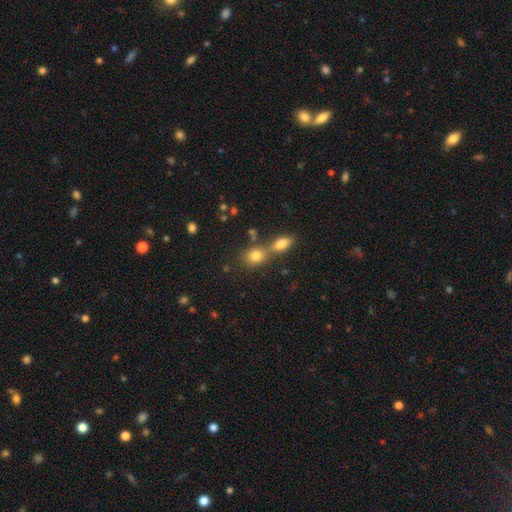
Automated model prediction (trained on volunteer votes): Smooth or featured? smooth (80%)
How rounded? in between (54%)
Merging? merger (45%)